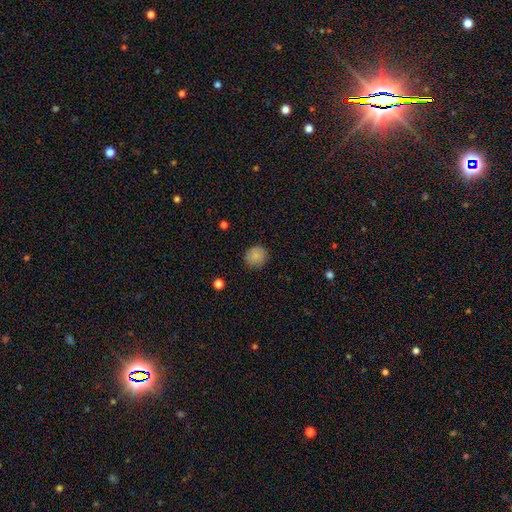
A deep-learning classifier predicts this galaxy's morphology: Smooth or featured? Predicted: smooth (p=0.85). How rounded? Predicted: round (p=0.85). Merging? Predicted: none (p=0.86).